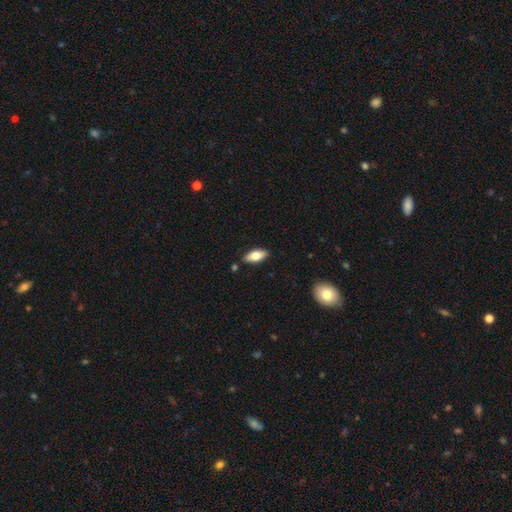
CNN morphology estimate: type=smooth (73%); roundness=in between (84%); merging=none (86%).